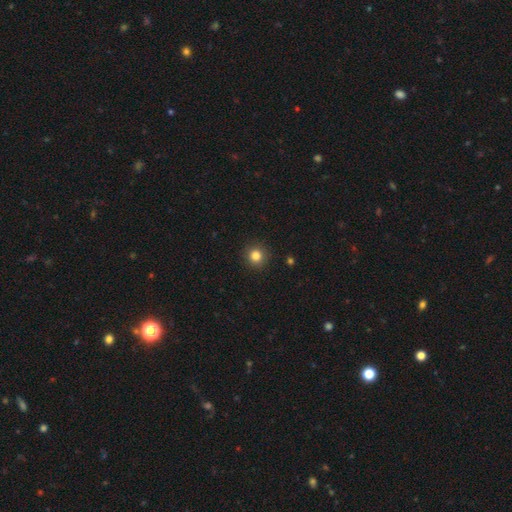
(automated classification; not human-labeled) Smooth or featured?
  - smooth: 83% *
  - star or artifact: 12%
  - featured or disk: 5%
How rounded?
  - round: 94% *
  - in between: 6%
  - cigar-shaped: 1%
Merging?
  - none: 92% *
  - minor disturbance: 5%
  - major disturbance: 2%
  - merger: 1%